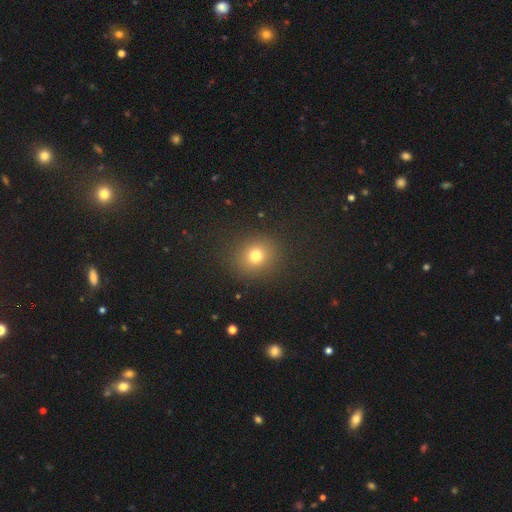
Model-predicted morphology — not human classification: This appears to be a smooth galaxy with no disk features (75%) that is round (81%). Merging: none (88%).